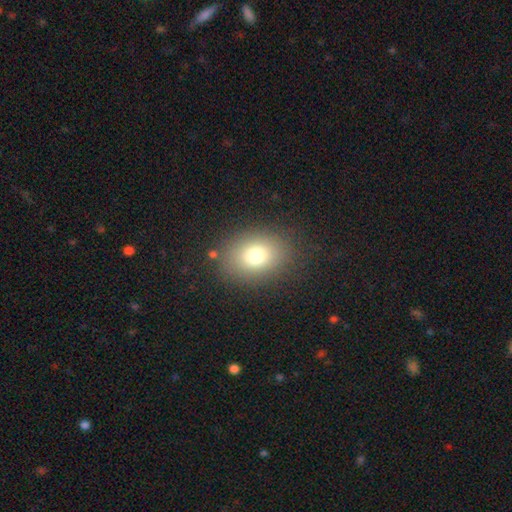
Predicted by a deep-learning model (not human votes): The model was most divided on "how rounded": in between: 62%, round: 37%, cigar-shaped: 1%. More confident: merging — none (83%); smooth or featured — smooth (78%).